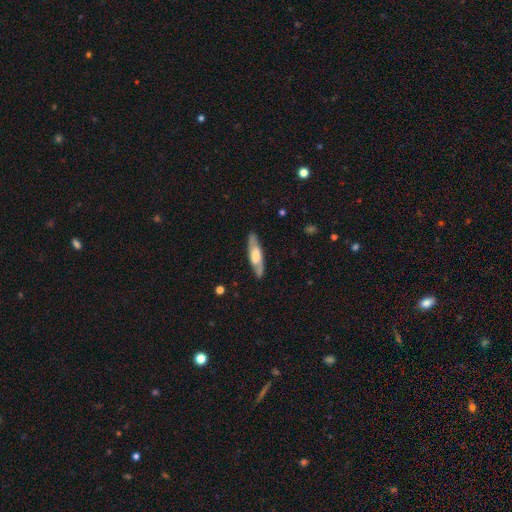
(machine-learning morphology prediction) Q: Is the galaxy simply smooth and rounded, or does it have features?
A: featured or disk — 61%.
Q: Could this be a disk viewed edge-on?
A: no — 55%.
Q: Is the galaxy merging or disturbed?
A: none — 85%.